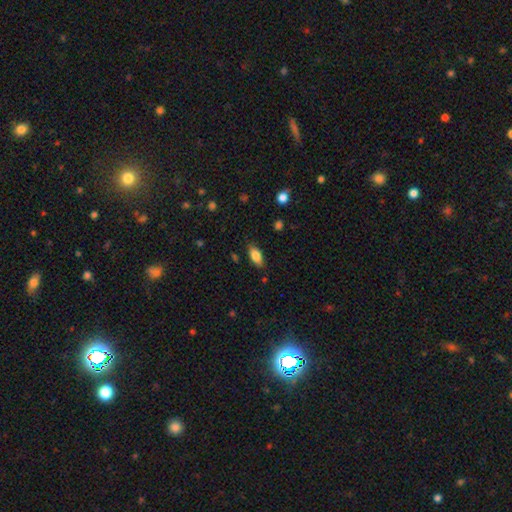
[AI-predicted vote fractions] This appears to be a smooth galaxy with no disk features (81%) that is in between round and cigar-shaped (87%). Merging: none (84%).